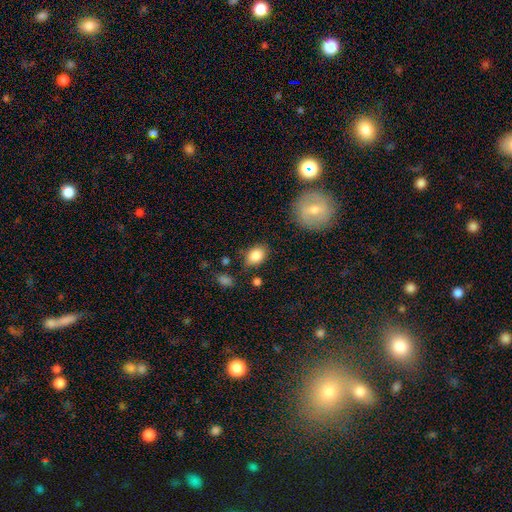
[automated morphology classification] type=smooth (84%); roundness=in between (70%); merging=none (75%).